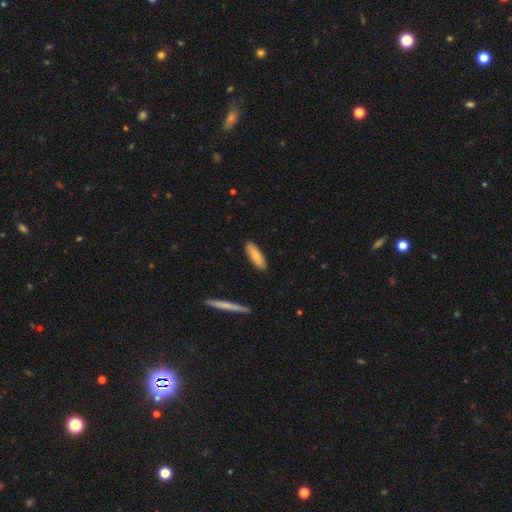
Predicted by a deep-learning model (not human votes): Smooth or featured?
  - smooth: 75% *
  - featured or disk: 19%
  - star or artifact: 6%
How rounded?
  - in between: 53% *
  - cigar-shaped: 45%
  - round: 2%
Merging?
  - none: 88% *
  - minor disturbance: 9%
  - major disturbance: 2%
  - merger: 2%